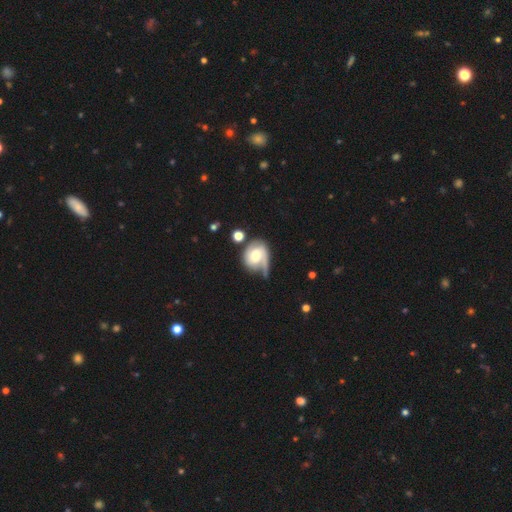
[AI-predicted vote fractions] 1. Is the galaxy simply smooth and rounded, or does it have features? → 63% featured or disk, 30% smooth, 7% star or artifact.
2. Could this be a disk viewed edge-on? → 97% no, 3% yes.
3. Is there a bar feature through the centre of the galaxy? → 55% no, 36% weak, 9% strong.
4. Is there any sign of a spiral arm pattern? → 85% yes, 15% no.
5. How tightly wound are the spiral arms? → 37% medium, 35% tight, 28% loose.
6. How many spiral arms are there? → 51% 1, 32% 2, 12% can't tell, 3% 3, 1% 4, 1% more than 4.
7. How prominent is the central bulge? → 62% moderate, 21% small, 12% large, 3% none, 2% dominant.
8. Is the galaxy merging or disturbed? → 37% none, 26% minor disturbance, 25% major disturbance, 13% merger.